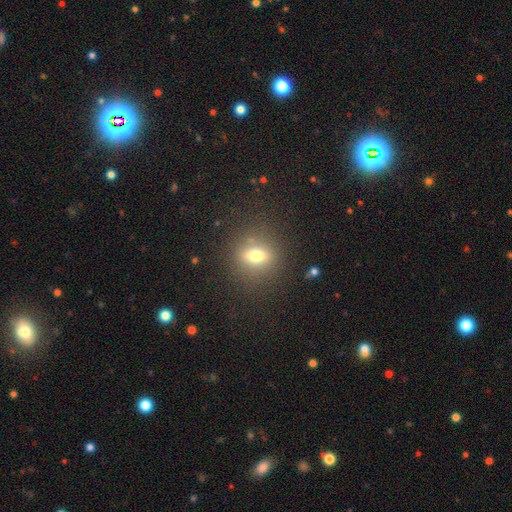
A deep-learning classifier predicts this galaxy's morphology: Smooth or featured? Predicted: smooth (p=0.68). How rounded? Predicted: round (p=0.53). Merging? Predicted: none (p=0.82).